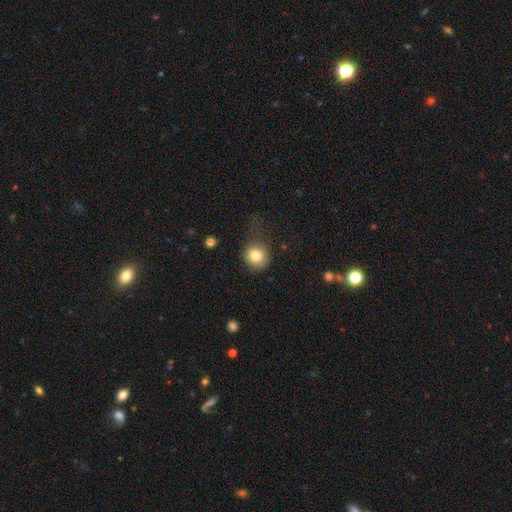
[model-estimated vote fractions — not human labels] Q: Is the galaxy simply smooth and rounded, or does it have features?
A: smooth — 82%.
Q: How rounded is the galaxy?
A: round — 88%.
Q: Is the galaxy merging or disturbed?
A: none — 68%.